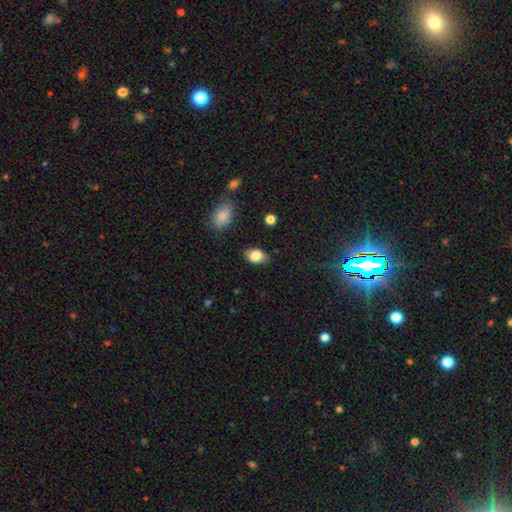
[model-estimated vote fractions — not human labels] smooth-or-featured: smooth: 82% | featured or disk: 10% | star or artifact: 8%
  how-rounded: in between: 86% | round: 13% | cigar-shaped: 2%
  merging: none: 84% | minor disturbance: 12% | major disturbance: 3% | merger: 1%